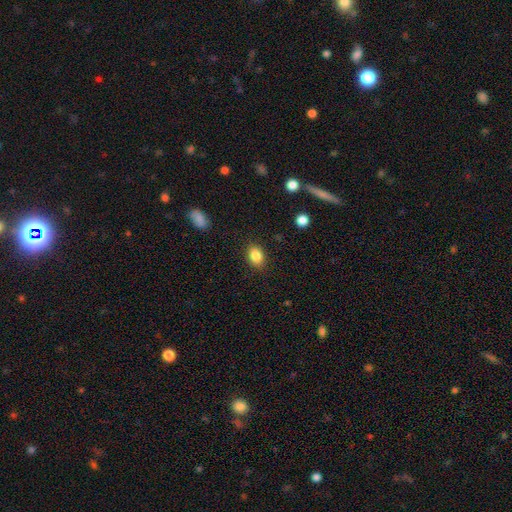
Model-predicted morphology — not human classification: smooth 86%, star or artifact 9%, featured or disk 5%. Down the decision tree: how rounded — in between (69%); merging — none (87%).